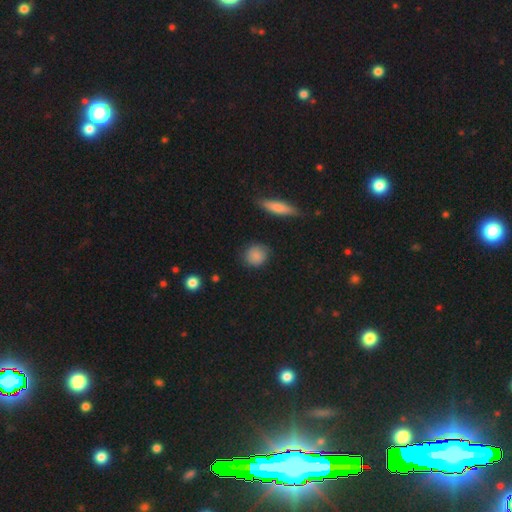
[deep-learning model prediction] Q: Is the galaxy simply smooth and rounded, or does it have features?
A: smooth — 84%.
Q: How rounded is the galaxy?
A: round — 80%.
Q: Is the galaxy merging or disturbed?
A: none — 82%.